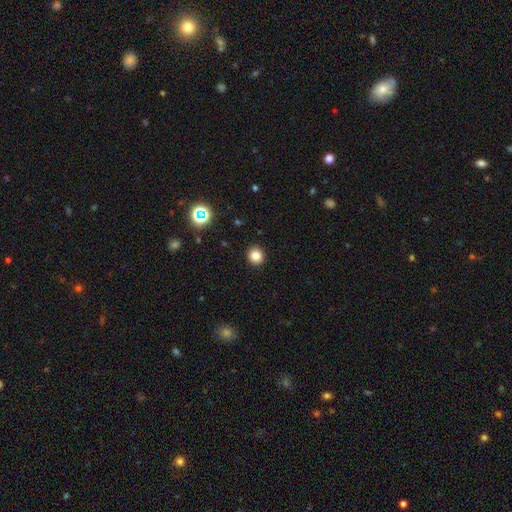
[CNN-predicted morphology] Smooth or featured? smooth (82%)
How rounded? round (88%)
Merging? none (92%)